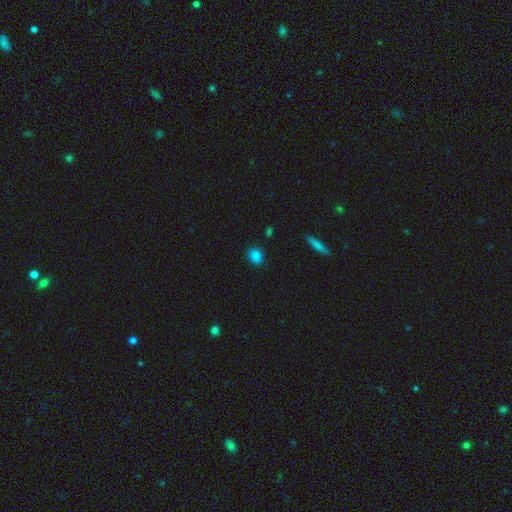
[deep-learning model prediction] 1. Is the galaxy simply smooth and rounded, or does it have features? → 85% smooth, 11% star or artifact, 4% featured or disk.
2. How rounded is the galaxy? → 67% round, 31% in between, 2% cigar-shaped.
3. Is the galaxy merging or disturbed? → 87% none, 9% minor disturbance, 2% major disturbance, 2% merger.